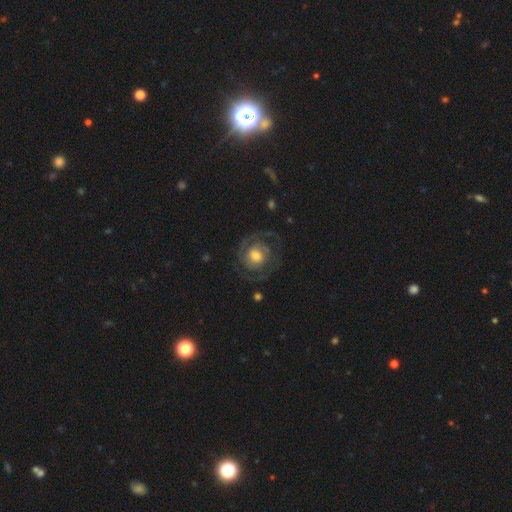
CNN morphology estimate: type=featured or disk (76%); edge-on=no (98%); bar=no (69%); spiral arms=yes (90%); winding=tight (55%); arm count=2 (55%); bulge=moderate (55%); merging=none (71%).